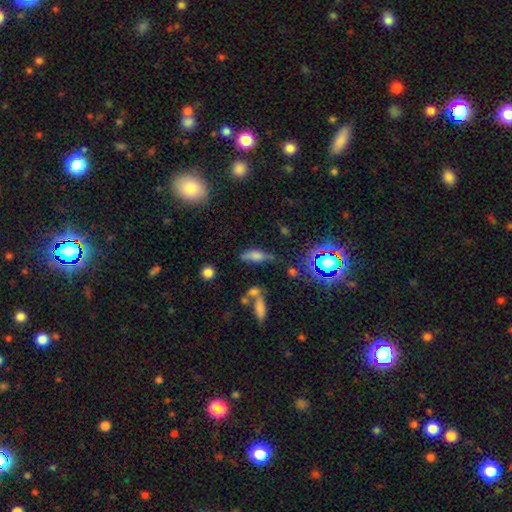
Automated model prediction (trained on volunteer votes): The model was most divided on "merging": none: 52%, minor disturbance: 26%, major disturbance: 12%, merger: 11%. More confident: how rounded — in between (61%); smooth or featured — smooth (59%).